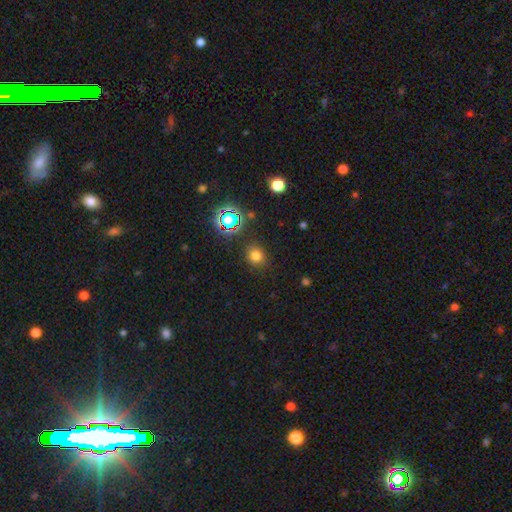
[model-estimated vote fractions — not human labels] smooth_or_featured: smooth (p=0.73) [alt: star or artifact p=0.21]
how_rounded: round (p=0.79) [alt: in between p=0.20]
merging: none (p=0.86) [alt: minor disturbance p=0.09]